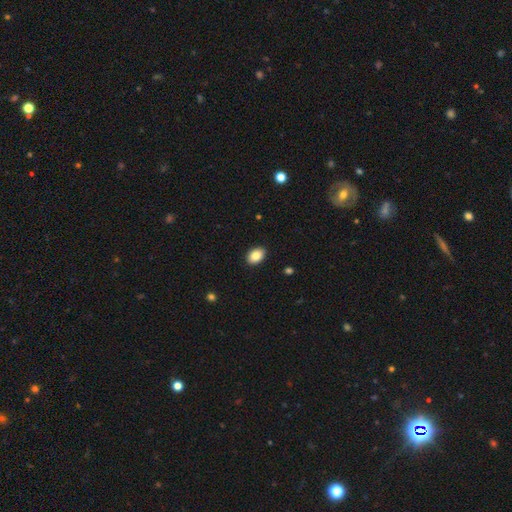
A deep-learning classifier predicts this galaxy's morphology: Smooth or featured: smooth — 86% (star or artifact — 8%)
How rounded: in between — 81% (round — 18%)
Merging: none — 90% (minor disturbance — 7%)